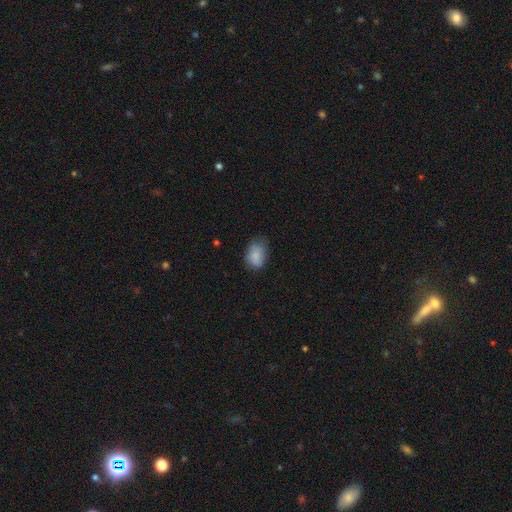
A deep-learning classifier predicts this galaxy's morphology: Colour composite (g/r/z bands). It shows a smooth galaxy with no disk features (84%) that is in between round and cigar-shaped (79%). Merging: none (61%).